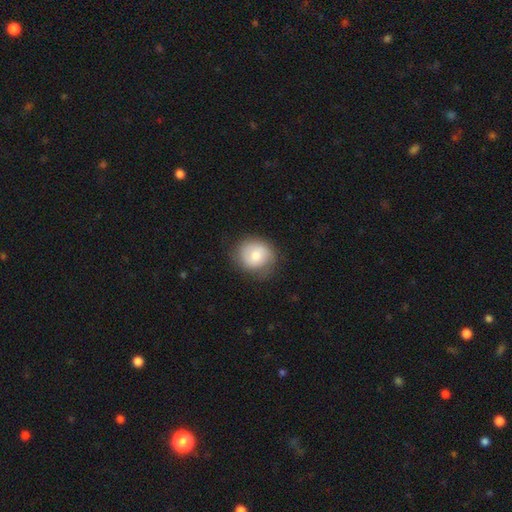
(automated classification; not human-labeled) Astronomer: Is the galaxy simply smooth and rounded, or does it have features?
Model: smooth — 71%.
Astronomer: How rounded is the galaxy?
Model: round — 81%.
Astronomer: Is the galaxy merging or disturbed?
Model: none — 76%.